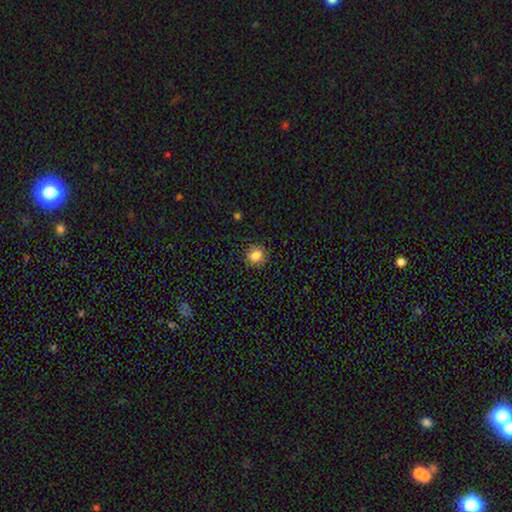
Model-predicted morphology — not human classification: smooth 82%, star or artifact 12%, featured or disk 6%. Down the decision tree: how rounded — round (86%); merging — none (88%).